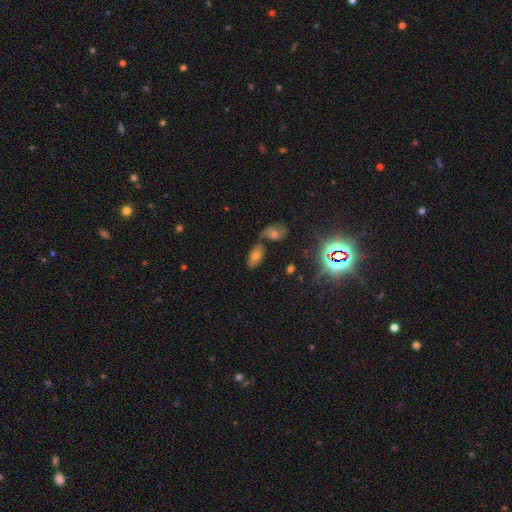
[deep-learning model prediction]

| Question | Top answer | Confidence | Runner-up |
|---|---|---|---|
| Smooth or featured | smooth | 58% | star or artifact (23%) |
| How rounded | in between | 91% | round (5%) |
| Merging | none | 53% | merger (27%) |